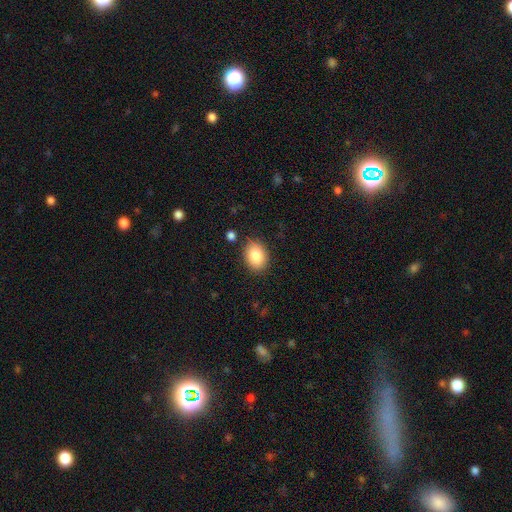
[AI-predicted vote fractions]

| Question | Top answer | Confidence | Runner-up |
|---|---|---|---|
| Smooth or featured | smooth | 85% | star or artifact (8%) |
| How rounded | in between | 68% | round (31%) |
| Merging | none | 84% | minor disturbance (11%) |